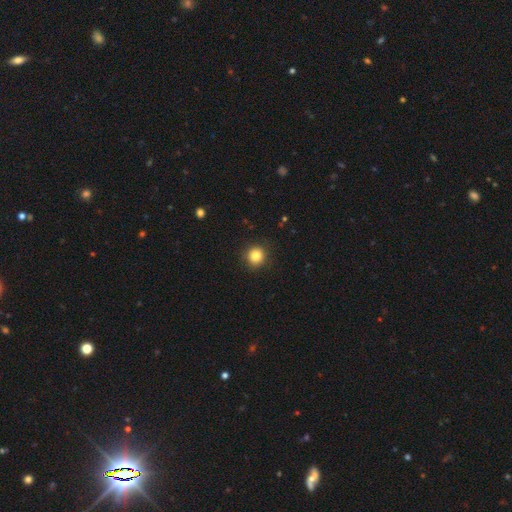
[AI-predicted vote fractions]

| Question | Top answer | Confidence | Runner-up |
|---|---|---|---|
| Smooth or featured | smooth | 83% | star or artifact (11%) |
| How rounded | round | 90% | in between (9%) |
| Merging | none | 89% | minor disturbance (8%) |